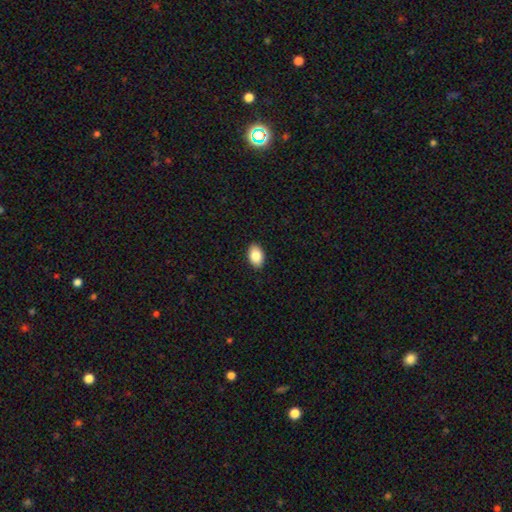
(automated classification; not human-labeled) This is clearly a smooth galaxy (86%). How rounded: clearly in between (91%). Merging: clearly none (90%).